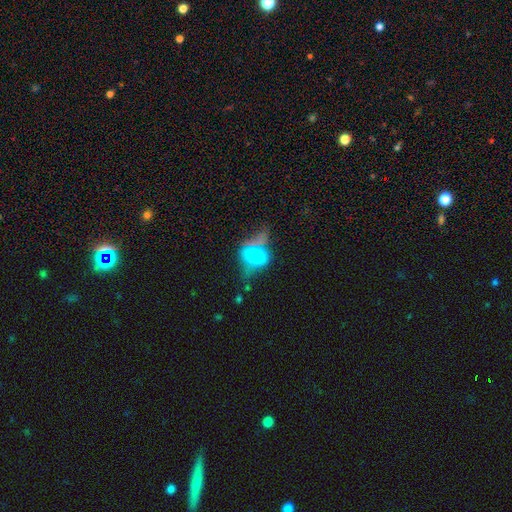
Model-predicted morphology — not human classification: Overall: smooth (67%). How rounded: in between (58%; round 38%). Merging: none (41%; merger 22%).